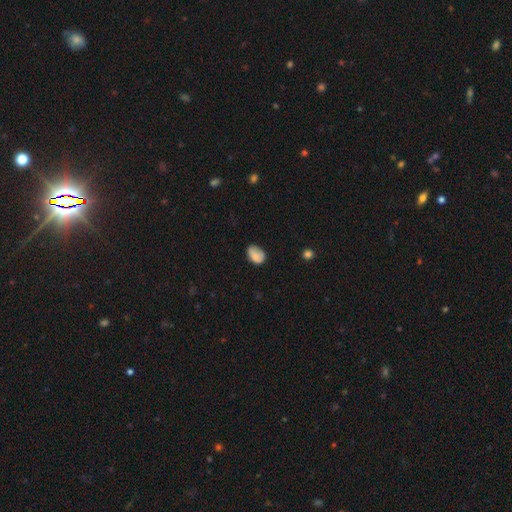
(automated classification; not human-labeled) A smooth galaxy with no disk features (78%) that is in between round and cigar-shaped (82%). Merging: none (59%).